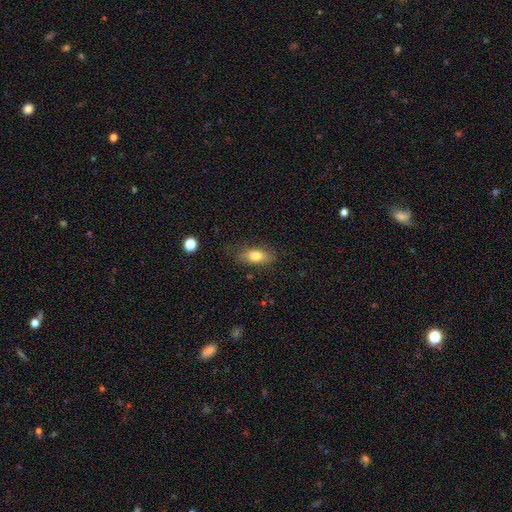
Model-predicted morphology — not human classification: Smooth or featured? smooth (75%)
How rounded? in between (79%)
Merging? none (74%)